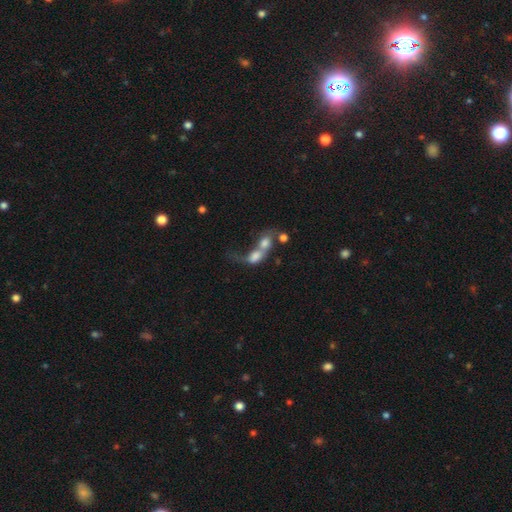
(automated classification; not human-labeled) Q: Smooth or featured?
A: smooth (60%); runner-up: featured or disk (27%)
Q: How rounded?
A: in between (58%); runner-up: round (37%)
Q: Merging?
A: merger (75%); runner-up: major disturbance (12%)